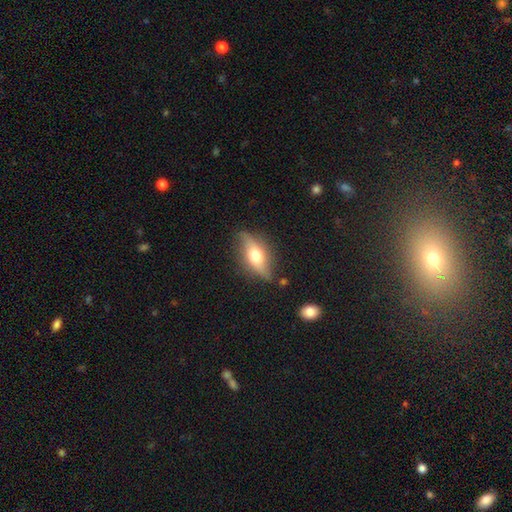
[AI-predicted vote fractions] featured or disk 55%, smooth 39%, star or artifact 7%. Down the decision tree: edge-on disk — yes (69%); merging — none (75%).